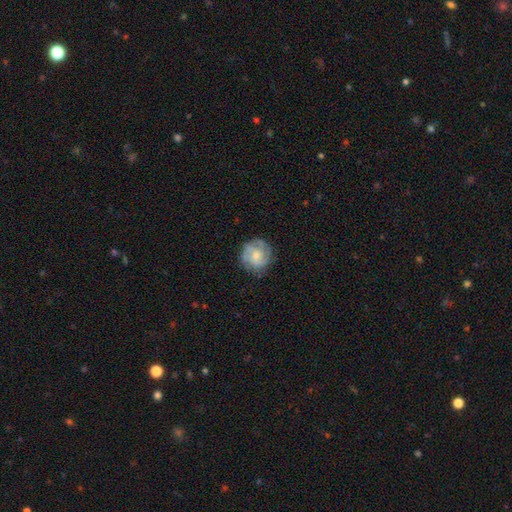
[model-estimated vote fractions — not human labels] The model was most divided on "spiral arm count": 2: 33%, 3: 26%, can't tell: 26%, 4: 6%, 1: 5%, more than 4: 4%. Remaining: edge-on disk — no (98%); spiral arms — yes (89%); merging — none (77%); bar — no (70%); smooth or featured — featured or disk (64%); spiral winding — tight (54%); bulge size — small (44%).